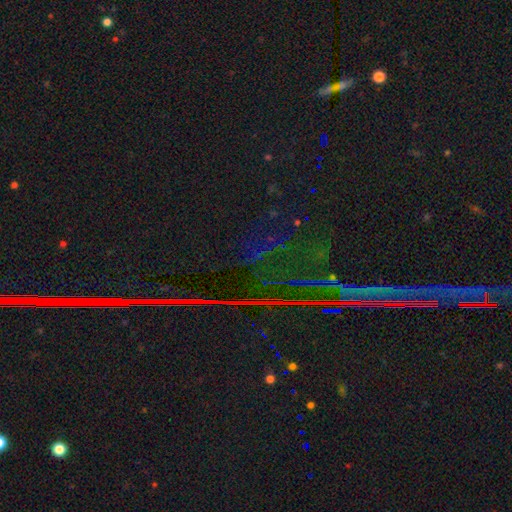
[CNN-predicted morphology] This appears to be a star or artifact, not a galaxy (88%).